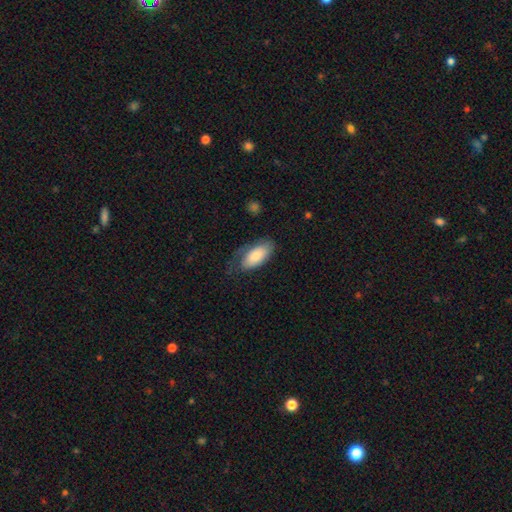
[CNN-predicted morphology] type=smooth (80%); roundness=in between (92%); merging=none (50%).